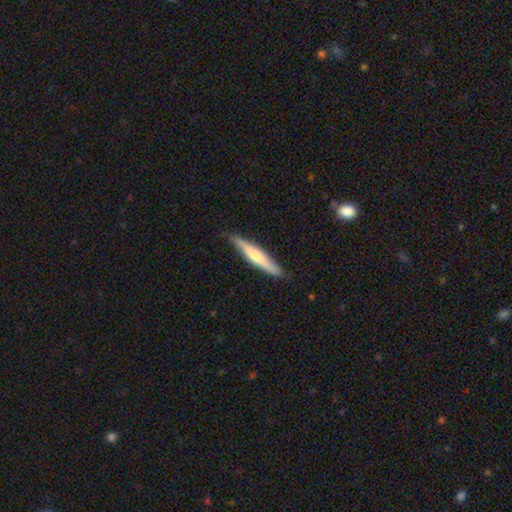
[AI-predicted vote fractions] smooth_or_featured: featured or disk (p=0.51) [alt: smooth p=0.44]
disk_edge_on: yes (p=0.94) [alt: no p=0.06]
merging: none (p=0.87) [alt: minor disturbance p=0.10]